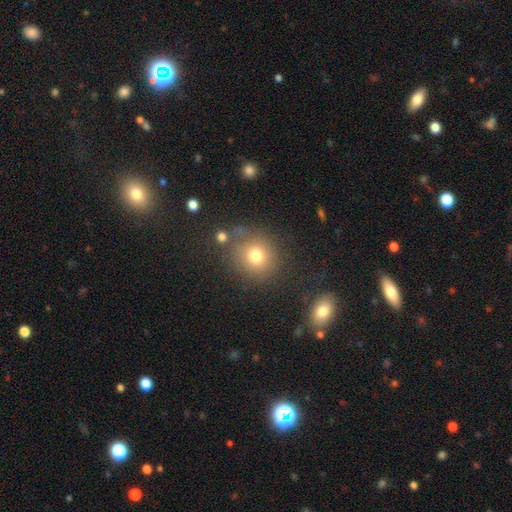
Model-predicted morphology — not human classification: Overall: smooth (74%). How rounded: round (85%). Merging: none (73%).